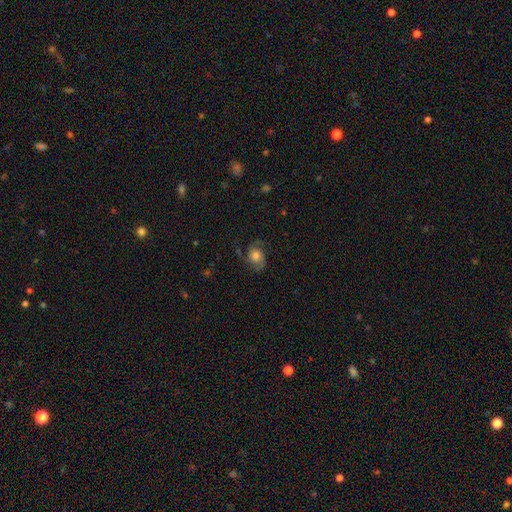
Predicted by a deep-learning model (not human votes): A featured or disk galaxy (67%) with no bar (72%), 2 (86%) medium (50%) spiral arms (93%) and a moderate central bulge (46%).

Vote fractions:
- Smooth or featured? featured or disk: 67% / smooth: 23% / star or artifact: 9%
- Edge-on disk? no: 97% / yes: 3%
- Bar? no: 72% / weak: 24% / strong: 4%
- Spiral arms? yes: 93% / no: 7%
- Spiral winding? medium: 50% / loose: 27% / tight: 23%
- Spiral arm count? 2: 86% / can't tell: 6% / 1: 3% / 3: 3% / 4: 1% / more than 4: 1%
- Bulge size? moderate: 46% / large: 30% / small: 15% / none: 5% / dominant: 4%
- Merging? none: 71% / minor disturbance: 18% / major disturbance: 10% / merger: 1%